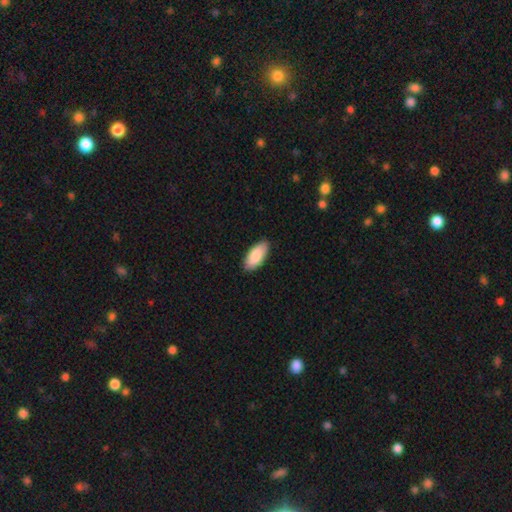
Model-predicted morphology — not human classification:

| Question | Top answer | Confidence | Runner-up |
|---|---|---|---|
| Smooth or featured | smooth | 89% | featured or disk (6%) |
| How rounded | in between | 91% | cigar-shaped (7%) |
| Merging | none | 88% | minor disturbance (9%) |